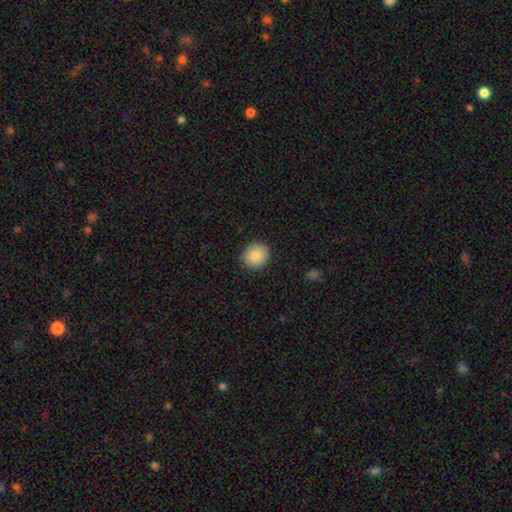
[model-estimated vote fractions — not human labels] Smooth or featured? Predicted: smooth (p=0.87). How rounded? Predicted: round (p=0.86). Merging? Predicted: none (p=0.90).